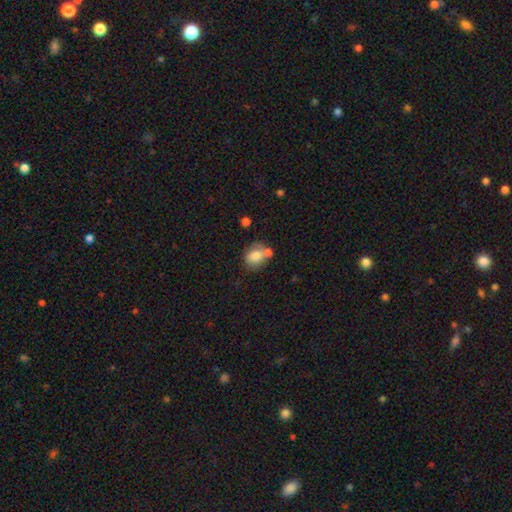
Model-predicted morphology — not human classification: Overall: smooth (78%). How rounded: round (56%; in between 43%). Merging: none (48%; merger 29%).